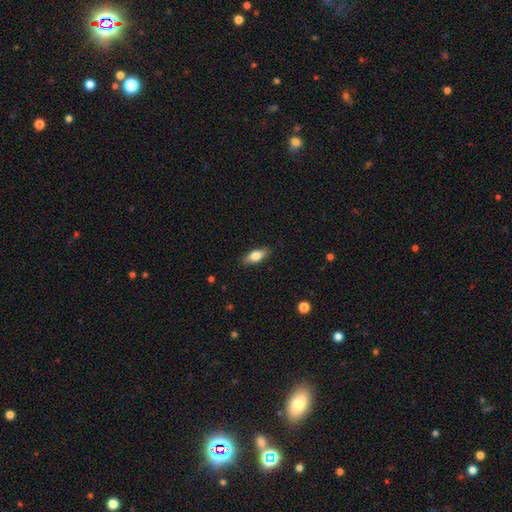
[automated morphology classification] type=smooth (77%); roundness=in between (79%); merging=none (87%).